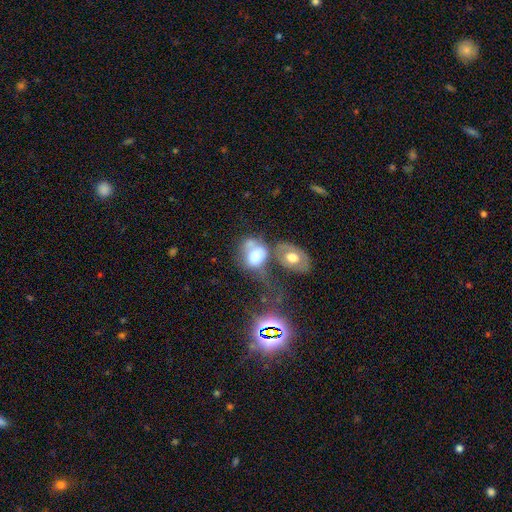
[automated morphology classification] smooth-or-featured: smooth: 56% | featured or disk: 33% | star or artifact: 11%
  how-rounded: in between: 65% | round: 33% | cigar-shaped: 1%
  merging: merger: 50% | none: 21% | major disturbance: 16% | minor disturbance: 13%